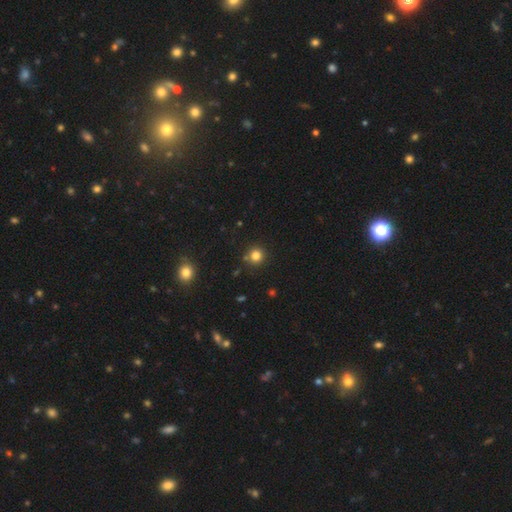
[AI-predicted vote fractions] Smooth or featured?
  - smooth: 81% *
  - star or artifact: 14%
  - featured or disk: 5%
How rounded?
  - round: 93% *
  - in between: 6%
  - cigar-shaped: 1%
Merging?
  - none: 84% *
  - minor disturbance: 8%
  - merger: 6%
  - major disturbance: 2%